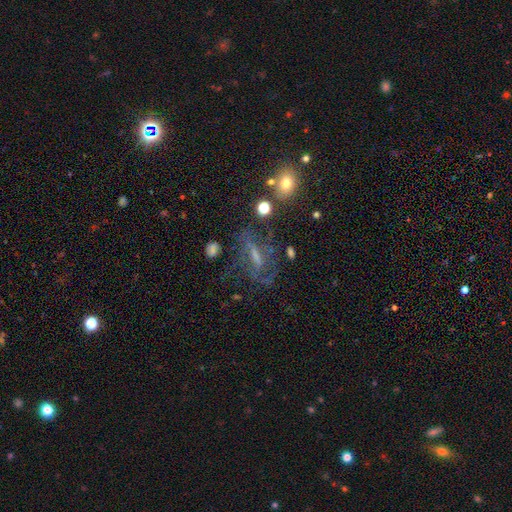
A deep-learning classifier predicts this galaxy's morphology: Smooth or featured? featured or disk (62%)
Edge-on disk? no (85%)
Bar? weak (37%, tied with strong)
Spiral arms? yes (71%)
Bulge size? small (36%)
Merging? none (53%)